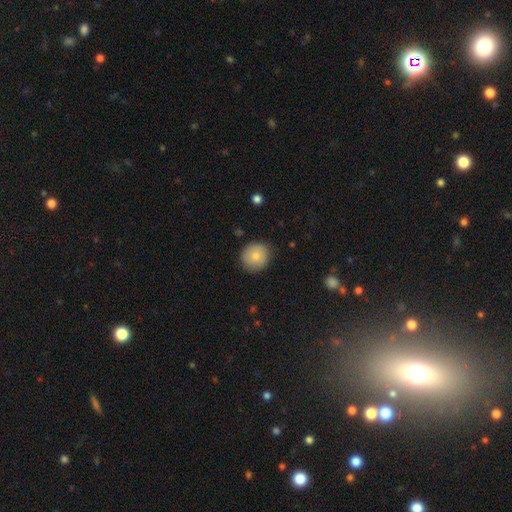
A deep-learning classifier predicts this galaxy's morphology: A smooth galaxy with no disk features (81%) that is round (89%).

Vote fractions:
- Smooth or featured? smooth: 81% / featured or disk: 12% / star or artifact: 7%
- How rounded? round: 89% / in between: 10% / cigar-shaped: 1%
- Merging? none: 83% / minor disturbance: 13% / major disturbance: 3% / merger: 1%